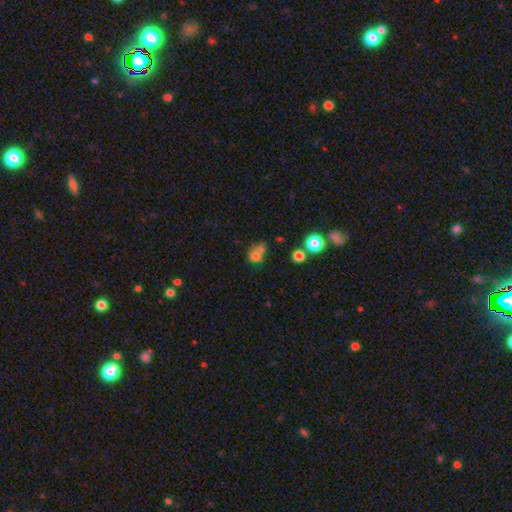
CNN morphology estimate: Smooth or featured? smooth (68%)
How rounded? round (68%)
Merging? merger (51%)